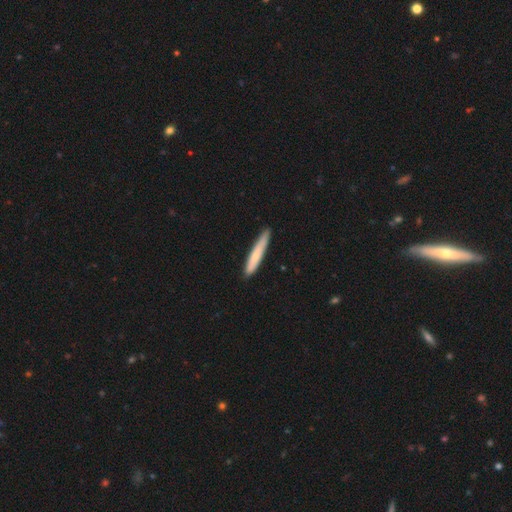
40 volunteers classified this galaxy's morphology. A smooth galaxy with no disk features (72%) that is cigar-shaped (100%).

Vote fractions:
- Smooth or featured? smooth: 72% / featured or disk: 20% / star or artifact: 8%
- How rounded? cigar-shaped: 100% / round: 0% / in between: 0%
- Merging? none: 73% / minor disturbance: 24% / merger: 3% / major disturbance: 0%